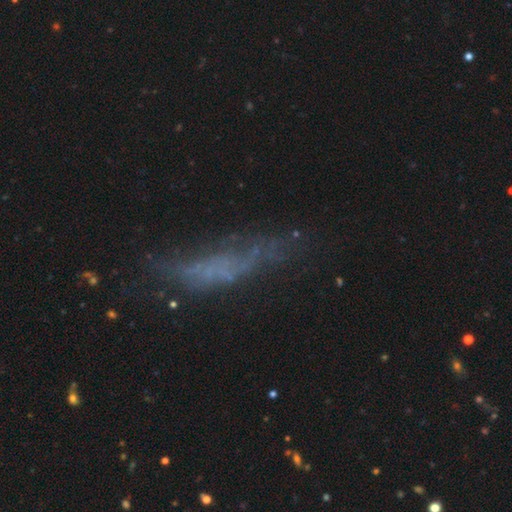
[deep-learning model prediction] smooth_or_featured: featured or disk (p=0.45) [alt: smooth p=0.34]
merging: none (p=0.44) [alt: major disturbance p=0.27]